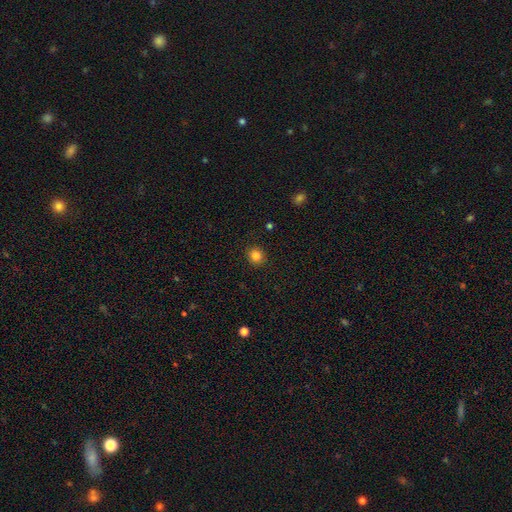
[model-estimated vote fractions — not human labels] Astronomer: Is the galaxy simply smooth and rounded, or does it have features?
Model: smooth — 84%.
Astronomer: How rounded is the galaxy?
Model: round — 88%.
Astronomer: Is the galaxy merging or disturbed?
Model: none — 92%.